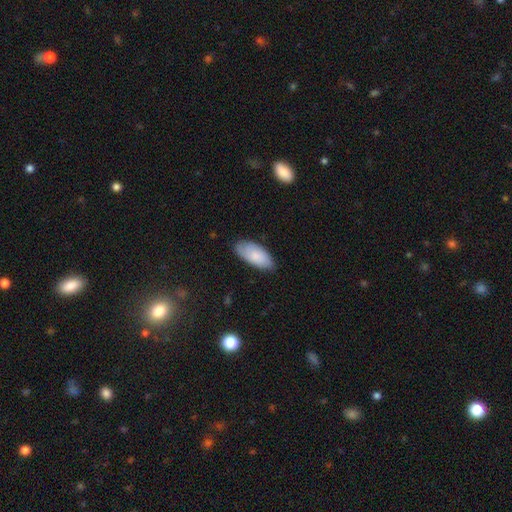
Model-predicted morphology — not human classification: smooth-or-featured: smooth: 79% | featured or disk: 15% | star or artifact: 6%
  how-rounded: in between: 91% | cigar-shaped: 7% | round: 2%
  merging: none: 76% | minor disturbance: 19% | major disturbance: 3% | merger: 1%